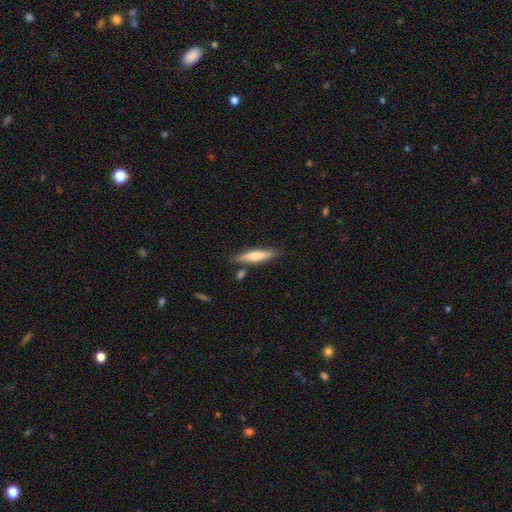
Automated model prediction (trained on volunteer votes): Smooth or featured?
  - smooth: 69% *
  - featured or disk: 26%
  - star or artifact: 6%
How rounded?
  - cigar-shaped: 82% *
  - in between: 16%
  - round: 1%
Merging?
  - none: 77% *
  - minor disturbance: 13%
  - merger: 7%
  - major disturbance: 3%